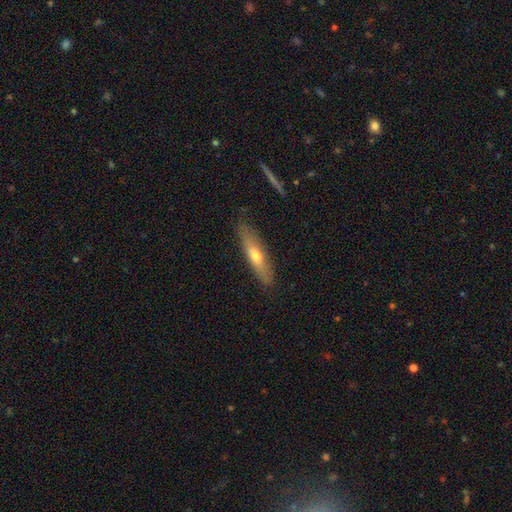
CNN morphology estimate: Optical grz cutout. It shows a smooth galaxy with no disk features (54%) that is cigar-shaped (75%). Merging: none (84%).